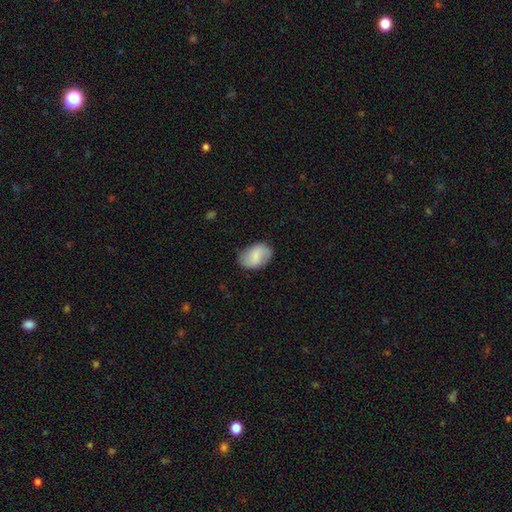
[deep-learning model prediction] Smooth or featured?
  - smooth: 72% *
  - featured or disk: 22%
  - star or artifact: 7%
How rounded?
  - in between: 86% *
  - round: 13%
  - cigar-shaped: 1%
Merging?
  - none: 75% *
  - minor disturbance: 20%
  - major disturbance: 5%
  - merger: 1%